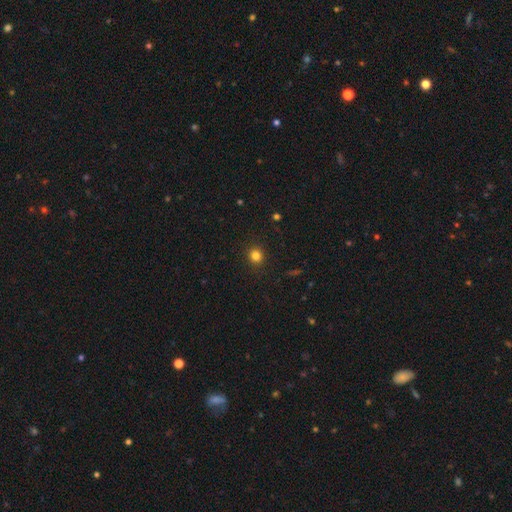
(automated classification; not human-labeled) Morphology: type=smooth (82%); roundness=round (89%); merging=none (91%).